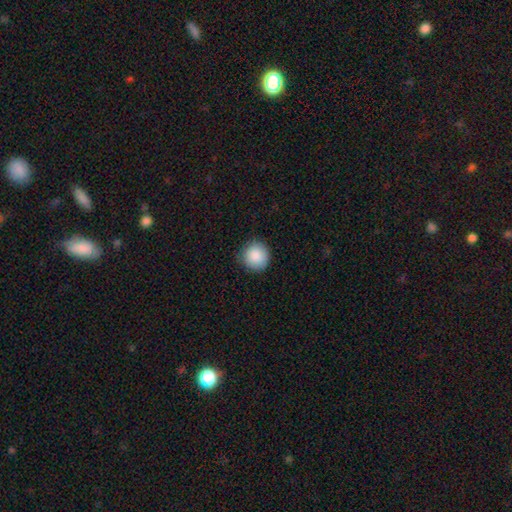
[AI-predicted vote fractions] This is clearly a smooth galaxy (88%). How rounded: clearly round (95%). Merging: clearly none (88%).